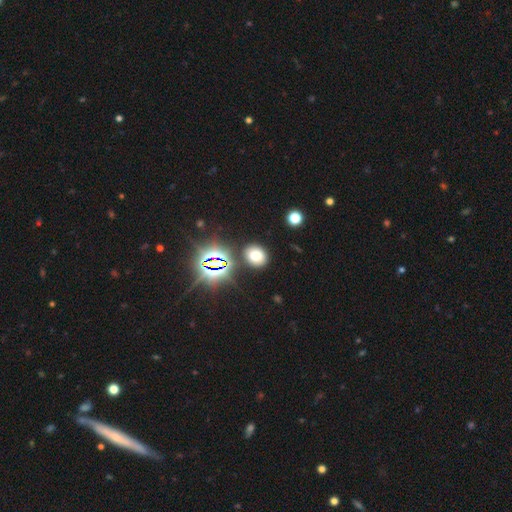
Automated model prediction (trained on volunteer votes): smooth 66%, star or artifact 24%, featured or disk 10%. Down the decision tree: how rounded — round (54%); merging — none (84%).